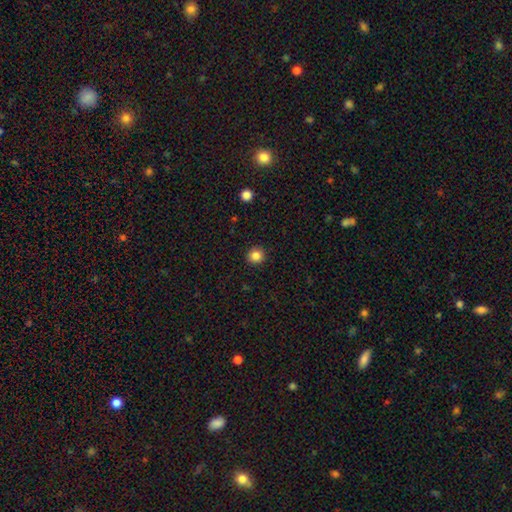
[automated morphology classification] Q: Smooth or featured?
A: smooth (85%); runner-up: star or artifact (11%)
Q: How rounded?
A: round (92%); runner-up: in between (7%)
Q: Merging?
A: none (92%); runner-up: minor disturbance (5%)